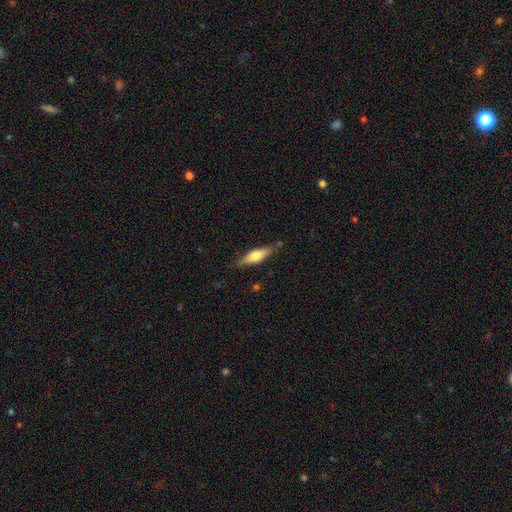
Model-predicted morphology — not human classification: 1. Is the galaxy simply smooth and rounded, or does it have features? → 51% smooth, 43% featured or disk, 6% star or artifact.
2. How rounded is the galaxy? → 60% cigar-shaped, 38% in between, 2% round.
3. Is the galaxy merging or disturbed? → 80% none, 14% minor disturbance, 3% major disturbance, 3% merger.